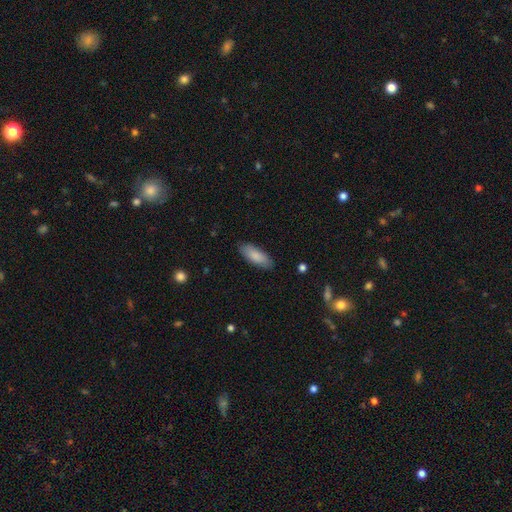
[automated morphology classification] The model was most divided on "how rounded": in between: 73%, cigar-shaped: 26%, round: 2%. More confident: merging — none (86%); smooth or featured — smooth (86%).